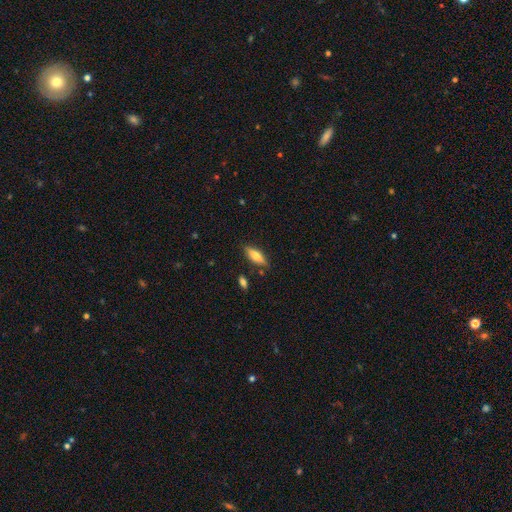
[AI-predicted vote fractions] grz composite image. It shows a smooth galaxy with no disk features (67%) that is in between round and cigar-shaped (55%). Merging: none (82%).